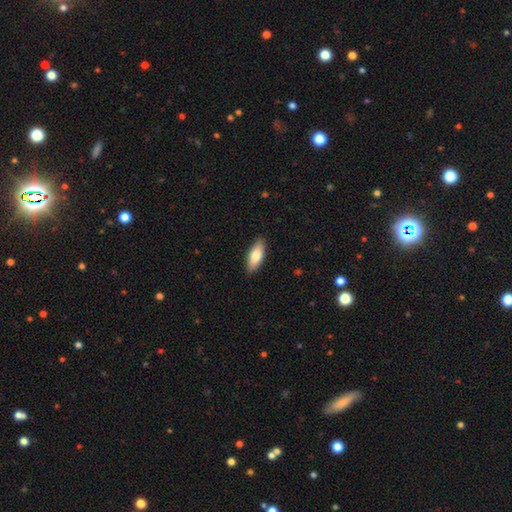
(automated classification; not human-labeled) A smooth galaxy with no disk features (79%) that is in between round and cigar-shaped (77%).

Vote fractions:
- Smooth or featured? smooth: 79% / featured or disk: 15% / star or artifact: 6%
- How rounded? in between: 77% / cigar-shaped: 21% / round: 2%
- Merging? none: 89% / minor disturbance: 8% / major disturbance: 2% / merger: 1%